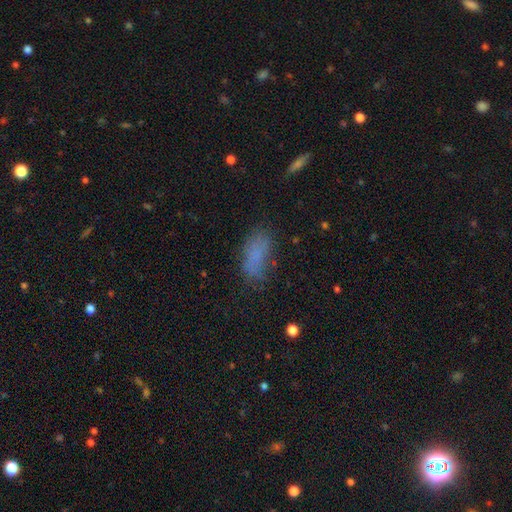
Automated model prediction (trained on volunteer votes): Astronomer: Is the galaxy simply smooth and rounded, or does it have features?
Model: smooth — 77%.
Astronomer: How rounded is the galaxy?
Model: in between — 85%.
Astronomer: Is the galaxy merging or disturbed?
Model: none — 67%.